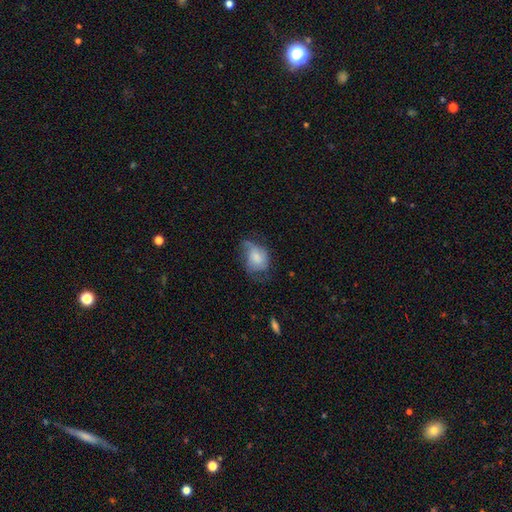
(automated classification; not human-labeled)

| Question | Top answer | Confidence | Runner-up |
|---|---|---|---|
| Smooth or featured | smooth | 61% | featured or disk (31%) |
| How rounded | in between | 67% | round (32%) |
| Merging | minor disturbance | 35% | major disturbance (33%) |